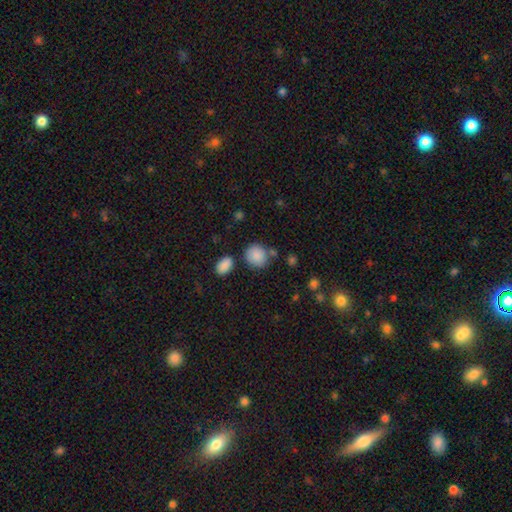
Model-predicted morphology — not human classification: The model was most divided on "merging": none: 72%, minor disturbance: 14%, merger: 10%, major disturbance: 4%. More confident: smooth or featured — smooth (87%); how rounded — round (82%).